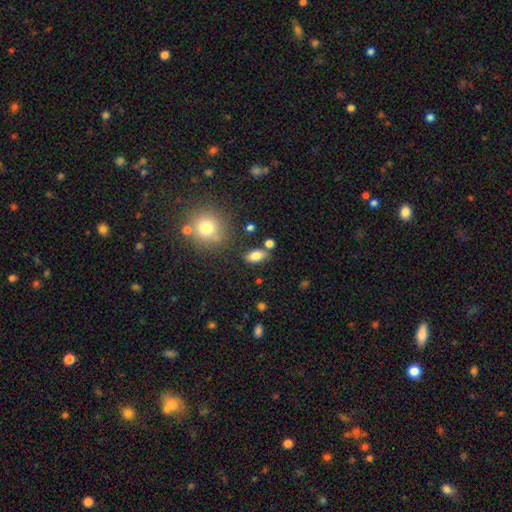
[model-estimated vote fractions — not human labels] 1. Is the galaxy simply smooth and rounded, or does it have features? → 80% smooth, 10% featured or disk, 10% star or artifact.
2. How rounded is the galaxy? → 88% in between, 7% round, 5% cigar-shaped.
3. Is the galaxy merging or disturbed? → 76% none, 12% minor disturbance, 8% merger, 4% major disturbance.